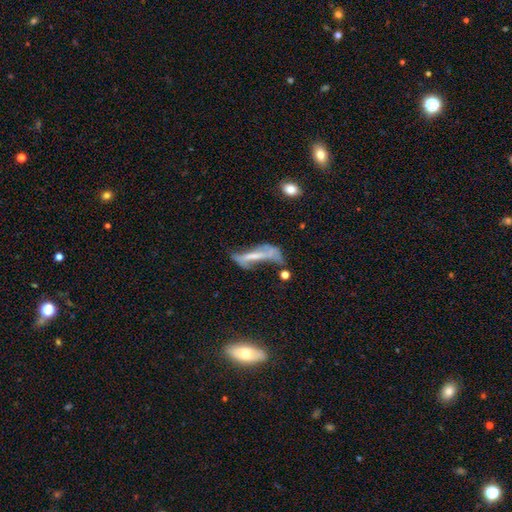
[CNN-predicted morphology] Smooth or featured? featured or disk (59%)
Edge-on disk? no (72%)
Merging? major disturbance (38%)